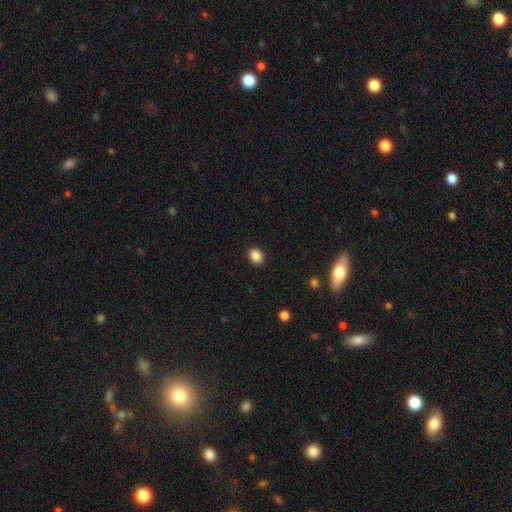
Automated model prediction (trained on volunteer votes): This appears to be a smooth galaxy with no disk features (88%) that is in between round and cigar-shaped (55%). Merging: none (90%).